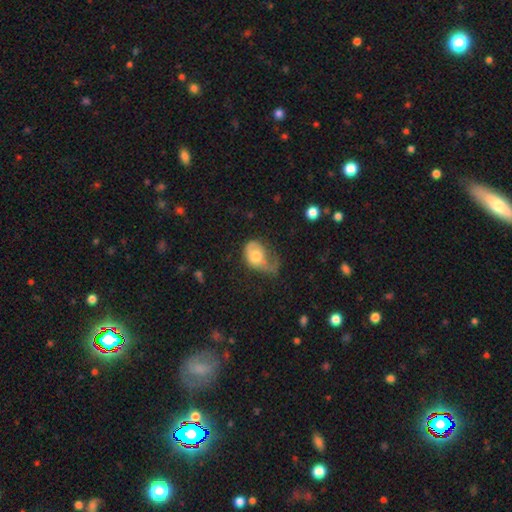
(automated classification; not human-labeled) A smooth galaxy with no disk features (54%) that is in between round and cigar-shaped (71%). Merging: major disturbance (53%).